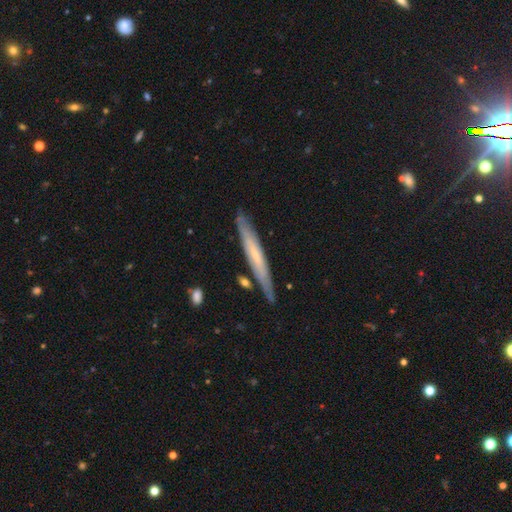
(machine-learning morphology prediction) Smooth or featured? Predicted: featured or disk (p=0.54). Edge-on disk? Predicted: yes (p=0.91). Merging? Predicted: none (p=0.85).